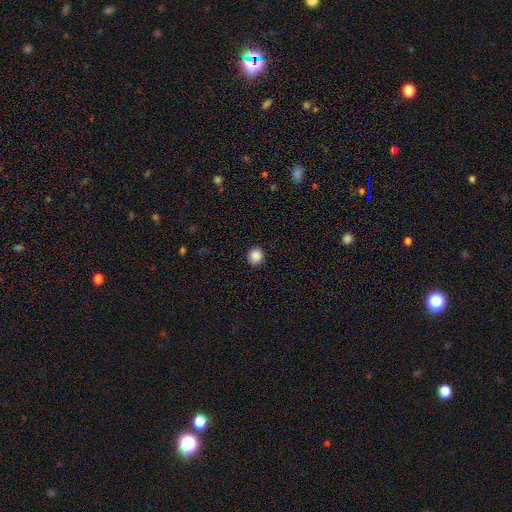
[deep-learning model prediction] Smooth or featured? smooth (88%)
How rounded? round (86%)
Merging? none (91%)